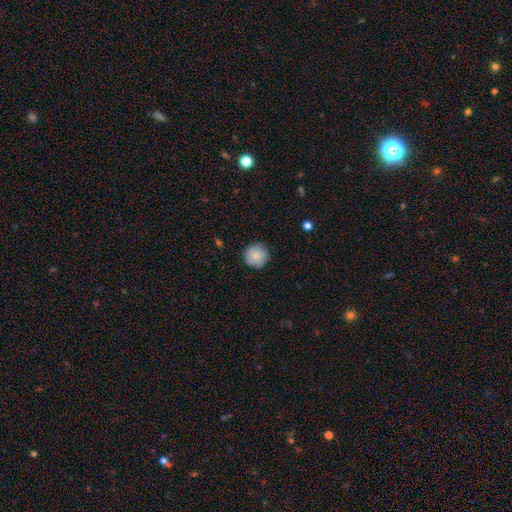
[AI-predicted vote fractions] Smooth or featured? smooth (78%)
How rounded? round (93%)
Merging? none (83%)